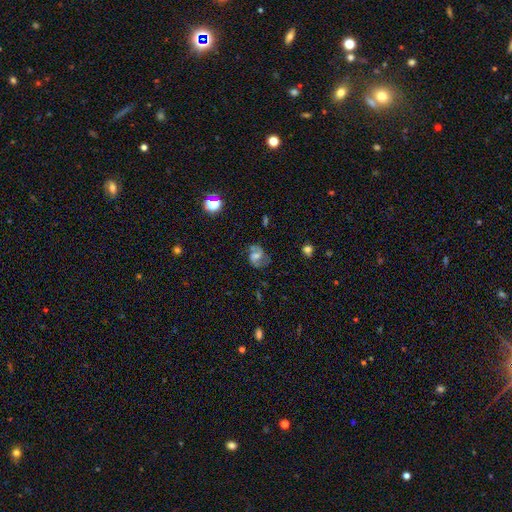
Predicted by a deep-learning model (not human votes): smooth-or-featured: featured or disk: 62% | smooth: 27% | star or artifact: 11%
  disk-edge-on: no: 97% | yes: 3%
    bar: weak: 46% | no: 37% | strong: 17%
    has-spiral-arms: yes: 87% | no: 13%
      spiral-winding: medium: 45% | loose: 39% | tight: 16%
      spiral-arm-count: 2: 84% | can't tell: 8% | 1: 5% | 3: 2% | 4: 1% | more than 4: 1%
    bulge-size: moderate: 40% | small: 31% | none: 16% | large: 11% | dominant: 2%
  merging: none: 62% | minor disturbance: 21% | major disturbance: 12% | merger: 5%